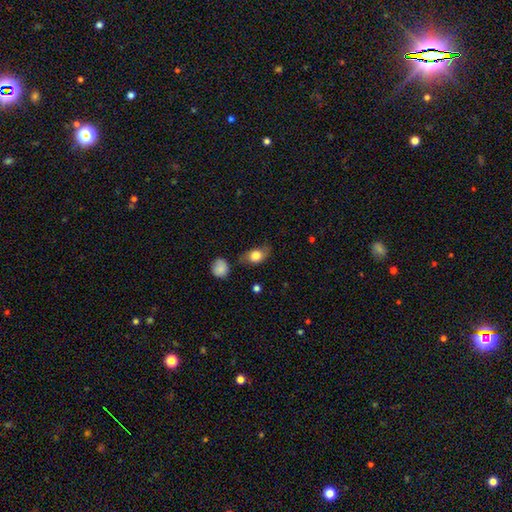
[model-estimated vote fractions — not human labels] Overall: smooth (79%). How rounded: in between (72%). Merging: none (59%; minor disturbance 29%).